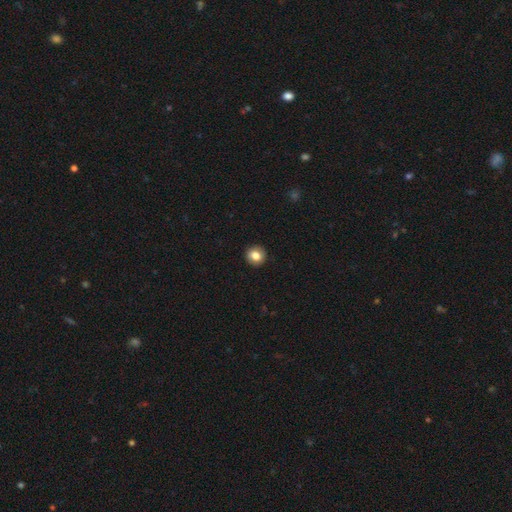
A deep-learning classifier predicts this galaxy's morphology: smooth 82%, star or artifact 9%, featured or disk 8%. Down the decision tree: how rounded — round (92%); merging — none (93%).